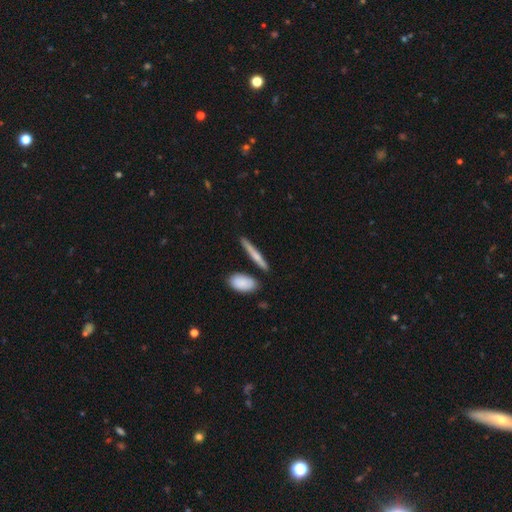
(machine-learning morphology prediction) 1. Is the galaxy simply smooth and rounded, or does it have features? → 62% smooth, 32% featured or disk, 6% star or artifact.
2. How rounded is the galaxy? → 86% cigar-shaped, 11% in between, 3% round.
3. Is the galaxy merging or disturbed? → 80% none, 10% minor disturbance, 7% merger, 3% major disturbance.